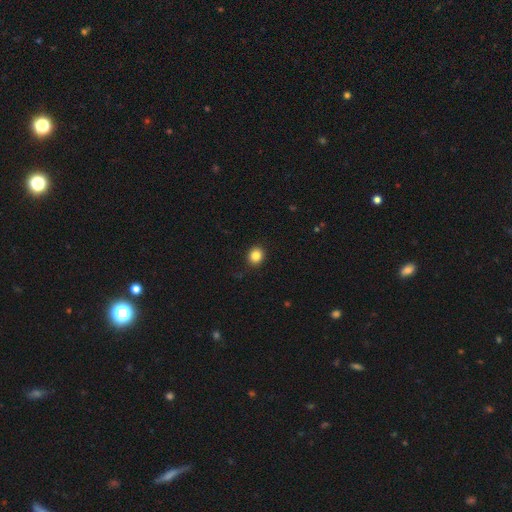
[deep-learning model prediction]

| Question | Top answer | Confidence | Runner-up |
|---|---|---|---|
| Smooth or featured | smooth | 86% | star or artifact (10%) |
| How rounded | round | 77% | in between (22%) |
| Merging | none | 89% | minor disturbance (8%) |